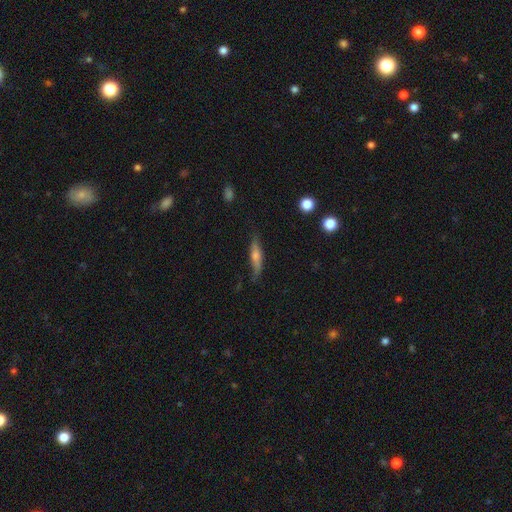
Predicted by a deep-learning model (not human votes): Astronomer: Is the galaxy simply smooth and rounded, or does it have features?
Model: featured or disk — 47% (runner-up: smooth, 46%).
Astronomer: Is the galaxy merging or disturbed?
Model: none — 72%.